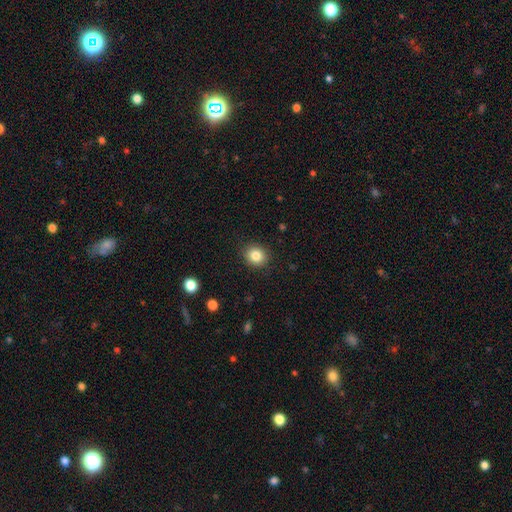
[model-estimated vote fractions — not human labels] Smooth or featured? smooth (83%)
How rounded? round (79%)
Merging? none (90%)